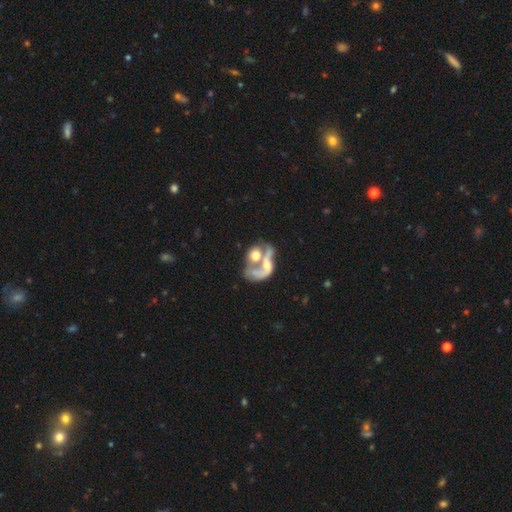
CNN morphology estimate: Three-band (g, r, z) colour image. It shows a featured or disk galaxy (55%) with no bar (78%), no spiral arms (55%) and a moderate central bulge (38%). Merging: merger (68%).